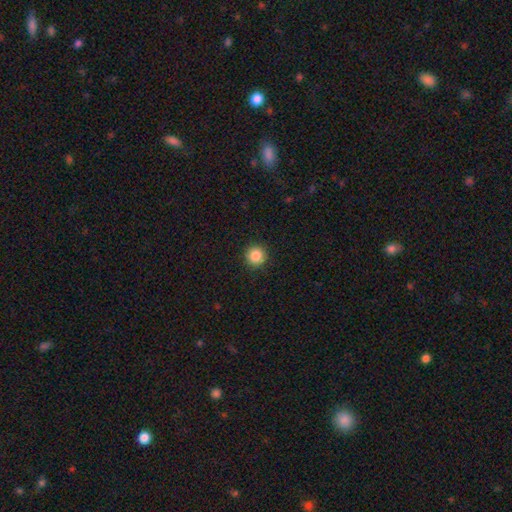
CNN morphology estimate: smooth 86%, star or artifact 10%, featured or disk 4%. Down the decision tree: how rounded — round (95%); merging — none (92%).